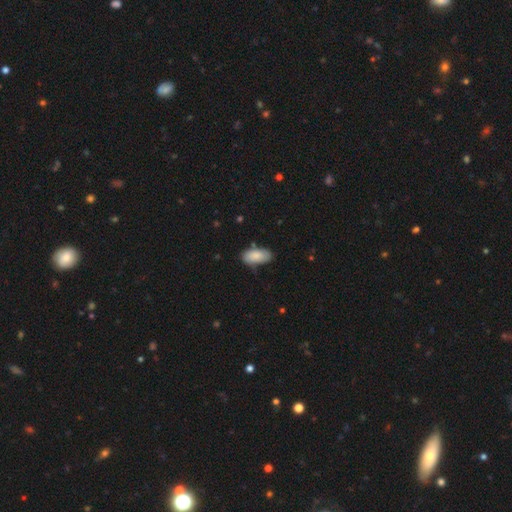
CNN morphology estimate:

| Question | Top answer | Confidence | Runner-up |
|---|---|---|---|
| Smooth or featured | smooth | 83% | featured or disk (10%) |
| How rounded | in between | 93% | cigar-shaped (5%) |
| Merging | none | 72% | minor disturbance (21%) |